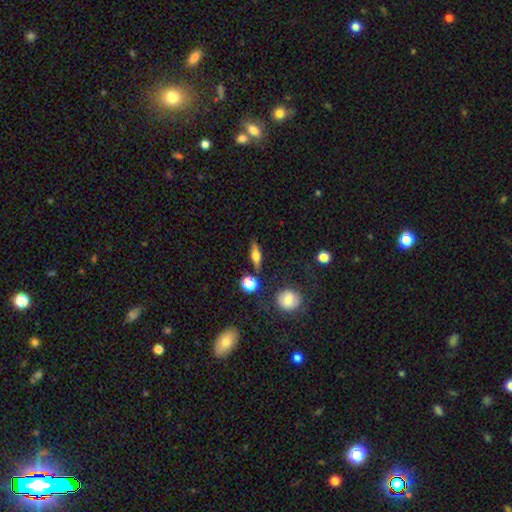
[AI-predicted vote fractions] Smooth or featured? Predicted: featured or disk (p=0.50). Merging? Predicted: none (p=0.83).